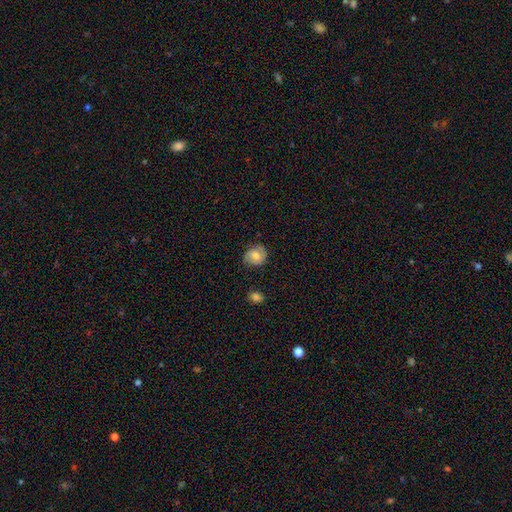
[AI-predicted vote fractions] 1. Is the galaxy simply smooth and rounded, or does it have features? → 63% smooth, 29% featured or disk, 8% star or artifact.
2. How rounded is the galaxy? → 71% round, 28% in between, 1% cigar-shaped.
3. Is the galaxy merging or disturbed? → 74% none, 19% minor disturbance, 5% major disturbance, 2% merger.